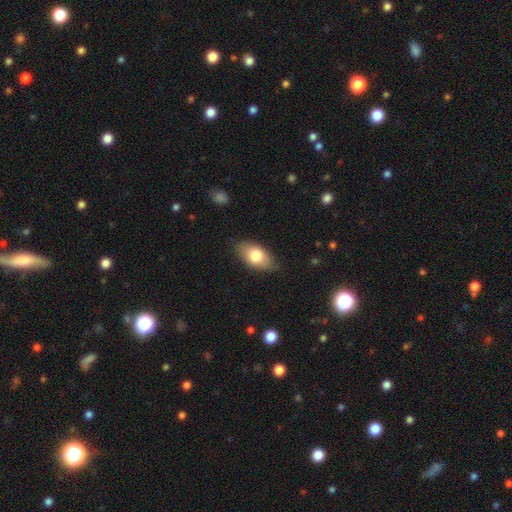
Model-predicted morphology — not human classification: Q: Smooth or featured?
A: smooth (75%); runner-up: featured or disk (18%)
Q: How rounded?
A: in between (91%); runner-up: round (5%)
Q: Merging?
A: none (80%); runner-up: minor disturbance (16%)